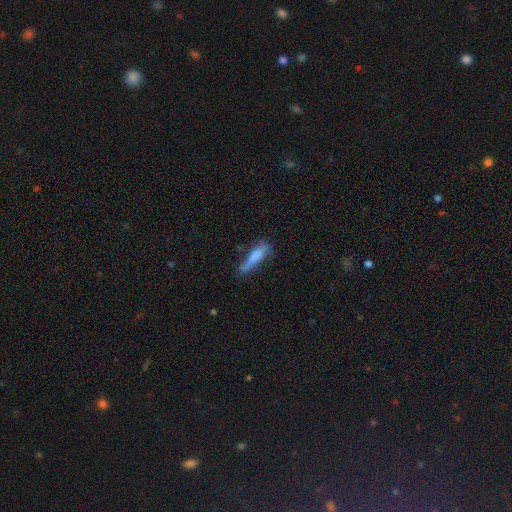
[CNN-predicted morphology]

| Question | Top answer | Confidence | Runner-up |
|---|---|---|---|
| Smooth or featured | smooth | 58% | featured or disk (33%) |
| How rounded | cigar-shaped | 81% | in between (17%) |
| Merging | none | 48% | minor disturbance (31%) |